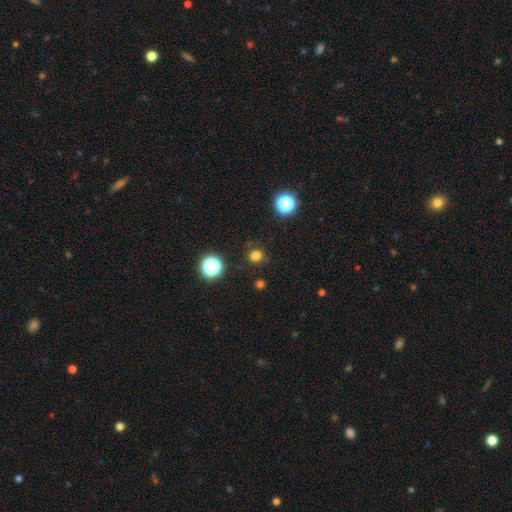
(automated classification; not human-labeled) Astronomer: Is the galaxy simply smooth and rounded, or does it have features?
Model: smooth — 76%.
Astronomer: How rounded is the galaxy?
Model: round — 89%.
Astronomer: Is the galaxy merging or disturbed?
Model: none — 85%.